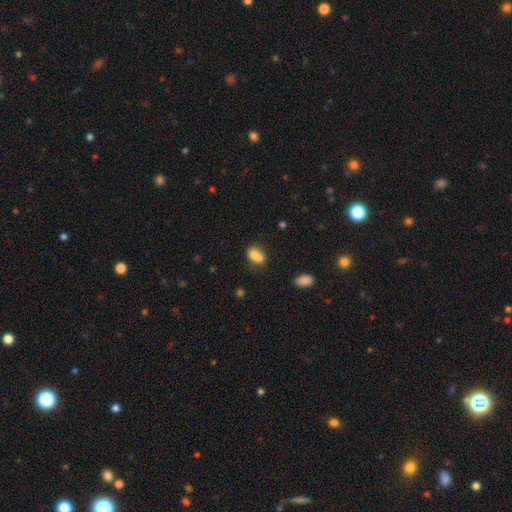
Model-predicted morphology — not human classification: Overall: smooth (74%). How rounded: in between (66%; round 32%). Merging: merger (57%; none 28%).